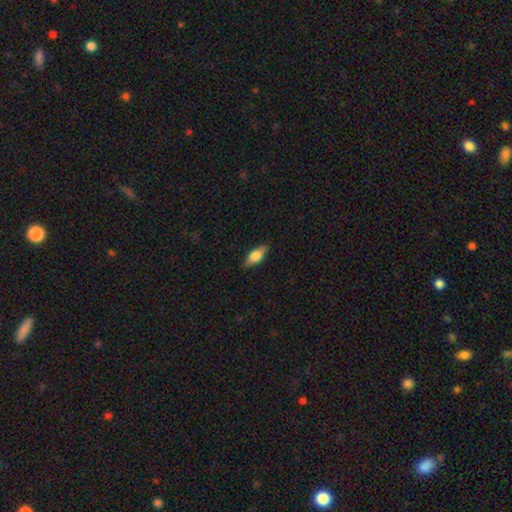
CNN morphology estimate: smooth 61%, featured or disk 32%, star or artifact 7%. Down the decision tree: how rounded — in between (75%); merging — none (86%).